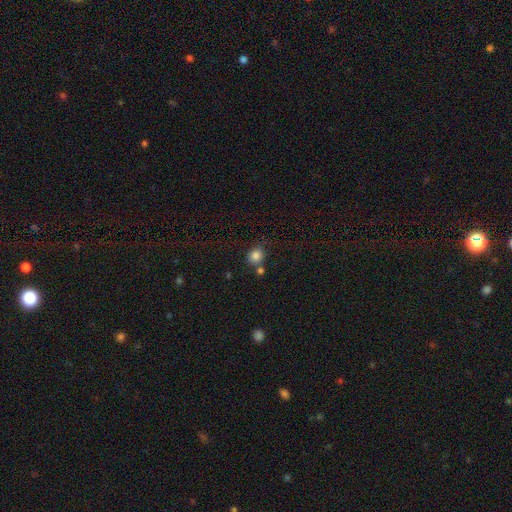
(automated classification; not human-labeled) This appears to be a smooth galaxy with no disk features (83%) that is round (81%). Merging: none (66%).